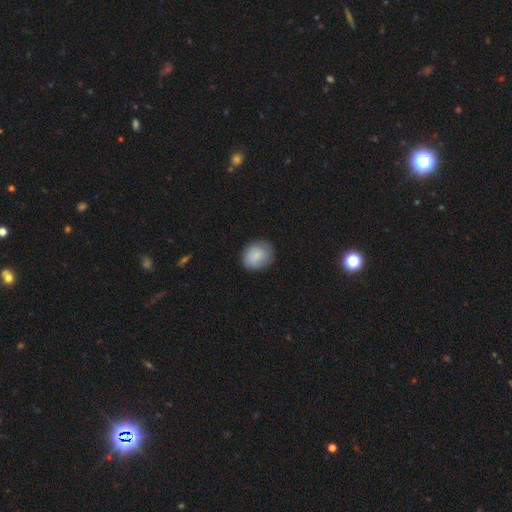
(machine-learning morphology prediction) smooth-or-featured: smooth: 83% | featured or disk: 11% | star or artifact: 7%
  how-rounded: round: 69% | in between: 30% | cigar-shaped: 1%
  merging: none: 81% | minor disturbance: 15% | major disturbance: 3% | merger: 1%